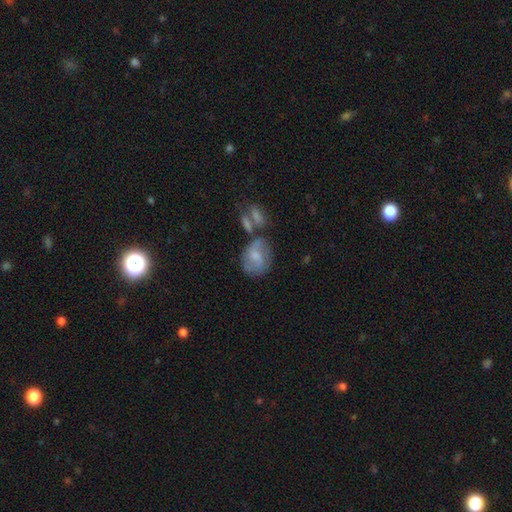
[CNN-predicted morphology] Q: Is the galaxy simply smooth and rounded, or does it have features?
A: smooth — 48%.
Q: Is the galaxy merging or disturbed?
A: none — 49%.